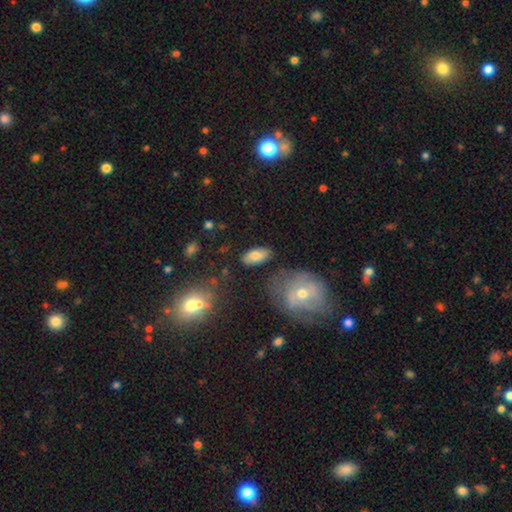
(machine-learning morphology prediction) This is likely a smooth galaxy (75%). How rounded: clearly in between (90%). Merging: likely none (77%).